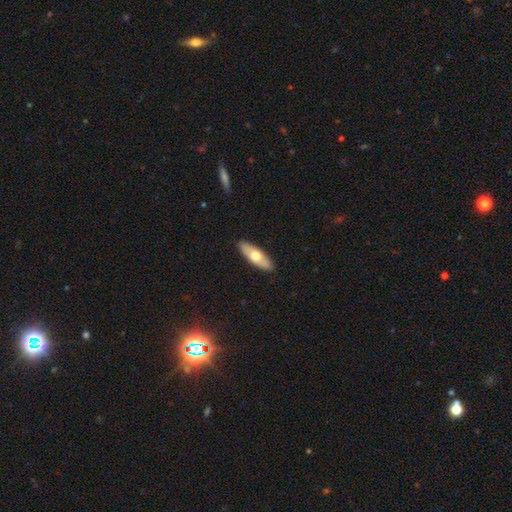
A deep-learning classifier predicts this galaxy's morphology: A smooth galaxy with no disk features (59%) that is in between round and cigar-shaped (59%).

Vote fractions:
- Smooth or featured? smooth: 59% / featured or disk: 36% / star or artifact: 5%
- How rounded? in between: 59% / cigar-shaped: 39% / round: 2%
- Merging? none: 90% / minor disturbance: 7% / major disturbance: 1% / merger: 1%